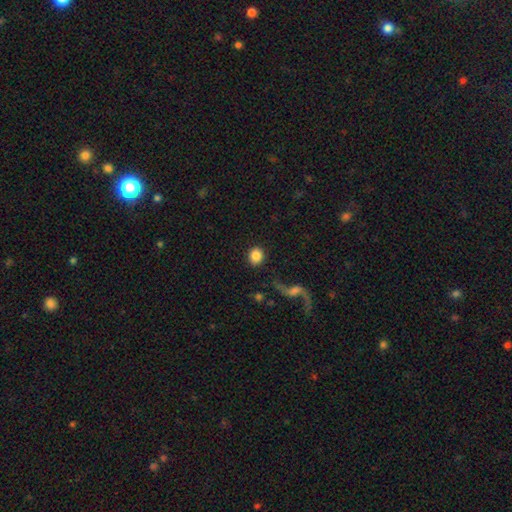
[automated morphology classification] Smooth or featured? Predicted: smooth (p=0.83). How rounded? Predicted: round (p=0.78). Merging? Predicted: none (p=0.86).